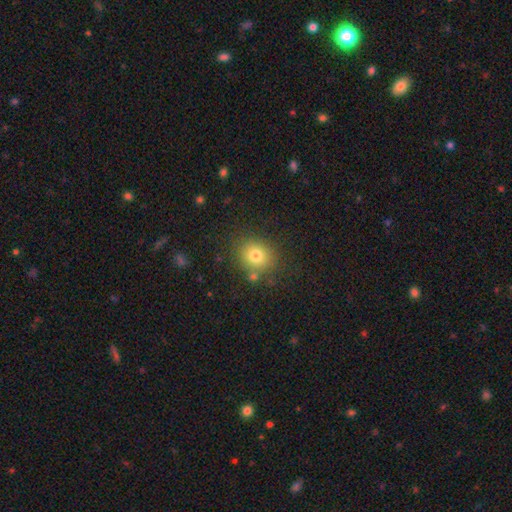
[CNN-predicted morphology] A smooth galaxy with no disk features (76%) that is round (75%).

Vote fractions:
- Smooth or featured? smooth: 76% / star or artifact: 14% / featured or disk: 10%
- How rounded? round: 75% / in between: 24% / cigar-shaped: 1%
- Merging? none: 78% / minor disturbance: 11% / merger: 6% / major disturbance: 4%